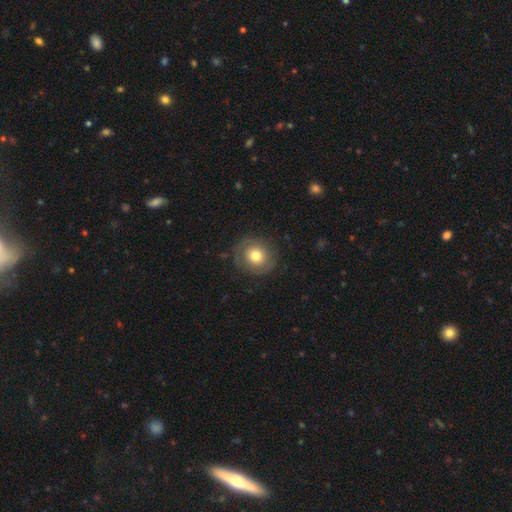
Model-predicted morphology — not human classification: Smooth or featured?
  - smooth: 64% *
  - featured or disk: 27%
  - star or artifact: 9%
How rounded?
  - round: 87% *
  - in between: 12%
  - cigar-shaped: 1%
Merging?
  - none: 81% *
  - minor disturbance: 12%
  - major disturbance: 5%
  - merger: 1%